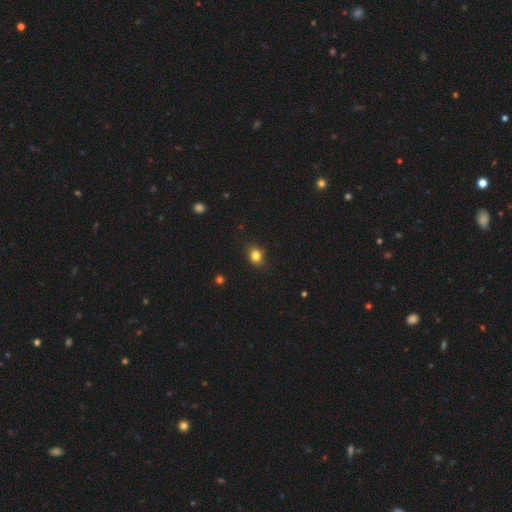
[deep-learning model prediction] A smooth galaxy with no disk features (82%) that is round (51%). Merging: none (82%).